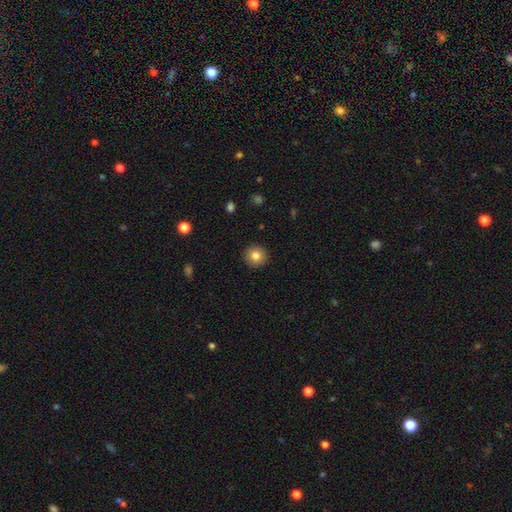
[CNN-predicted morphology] A smooth galaxy with no disk features (82%) that is round (93%). Merging: none (92%).